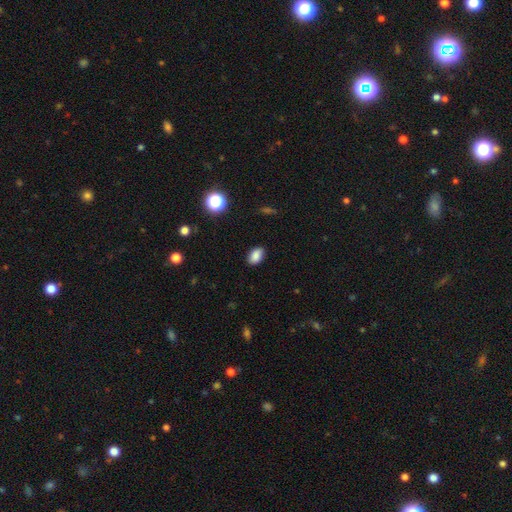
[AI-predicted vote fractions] This appears to be a smooth galaxy with no disk features (85%) that is in between round and cigar-shaped (85%). Merging: none (87%).